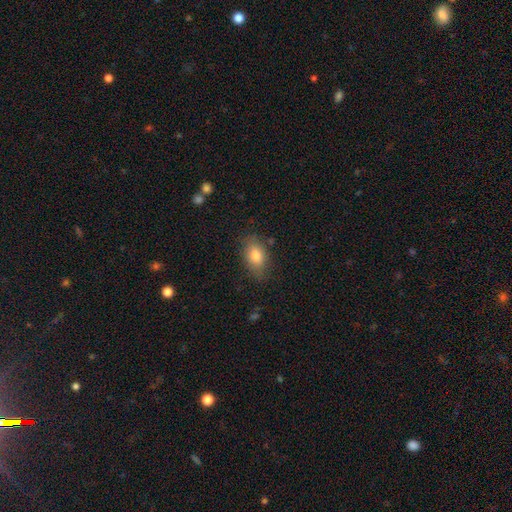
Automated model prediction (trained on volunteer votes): Morphology: type=smooth (80%); roundness=in between (85%); merging=none (79%).